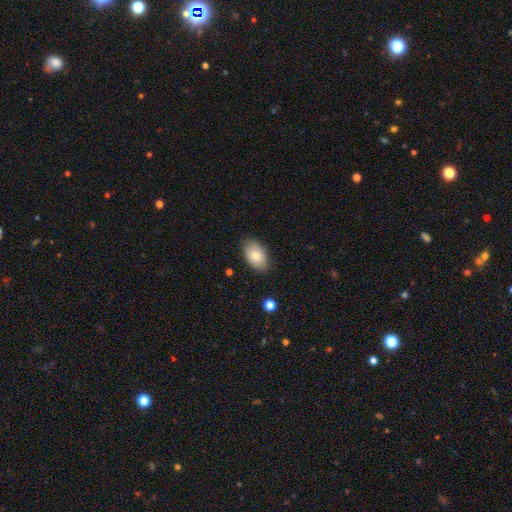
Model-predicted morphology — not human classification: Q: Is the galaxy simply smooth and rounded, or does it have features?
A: smooth — 78%.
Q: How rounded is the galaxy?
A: in between — 89%.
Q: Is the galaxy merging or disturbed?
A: none — 84%.